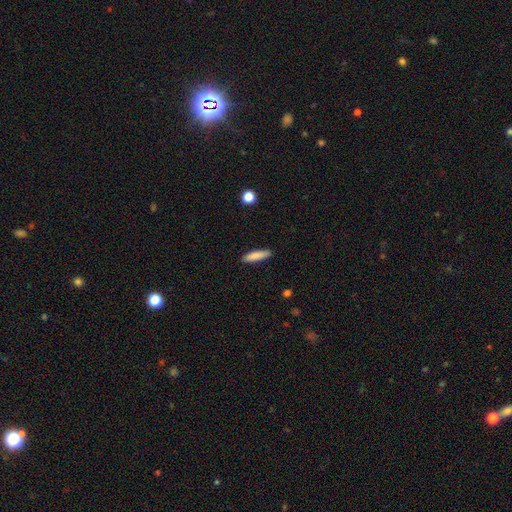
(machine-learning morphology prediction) A smooth galaxy with no disk features (86%) that is cigar-shaped (73%).

Vote fractions:
- Smooth or featured? smooth: 86% / featured or disk: 8% / star or artifact: 6%
- How rounded? cigar-shaped: 73% / in between: 25% / round: 2%
- Merging? none: 88% / minor disturbance: 9% / major disturbance: 2% / merger: 1%